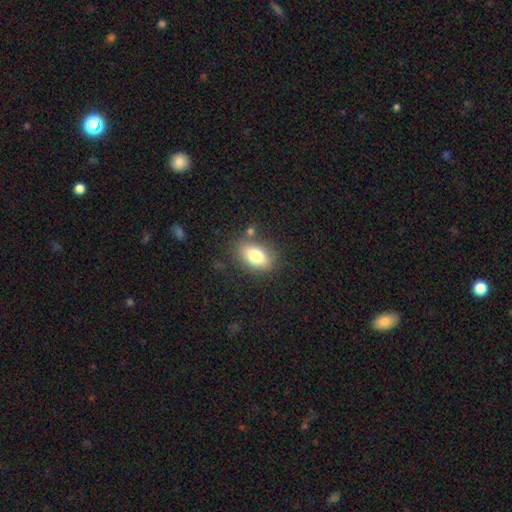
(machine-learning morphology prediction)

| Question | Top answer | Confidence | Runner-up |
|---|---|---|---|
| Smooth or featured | smooth | 79% | featured or disk (13%) |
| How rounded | in between | 85% | round (12%) |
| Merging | none | 76% | minor disturbance (14%) |